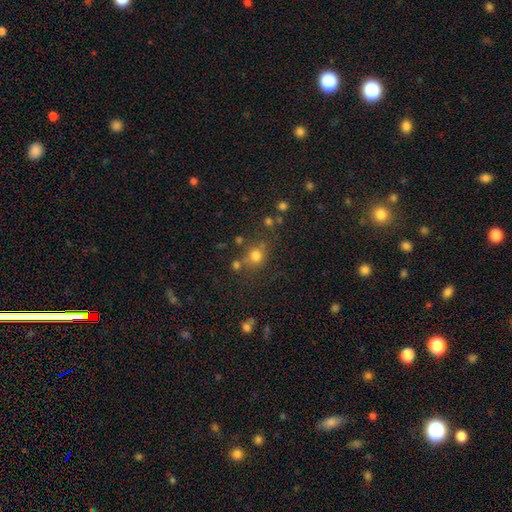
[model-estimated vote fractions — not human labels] smooth_or_featured: smooth (p=0.73) [alt: star or artifact p=0.18]
how_rounded: round (p=0.82) [alt: in between p=0.17]
merging: none (p=0.66) [alt: merger p=0.14]